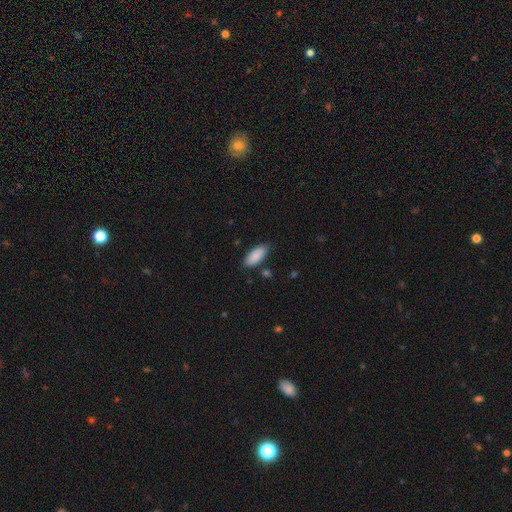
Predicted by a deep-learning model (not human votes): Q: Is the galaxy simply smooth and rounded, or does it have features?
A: smooth — 89%.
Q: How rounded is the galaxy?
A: in between — 85%.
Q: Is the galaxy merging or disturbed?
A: none — 83%.